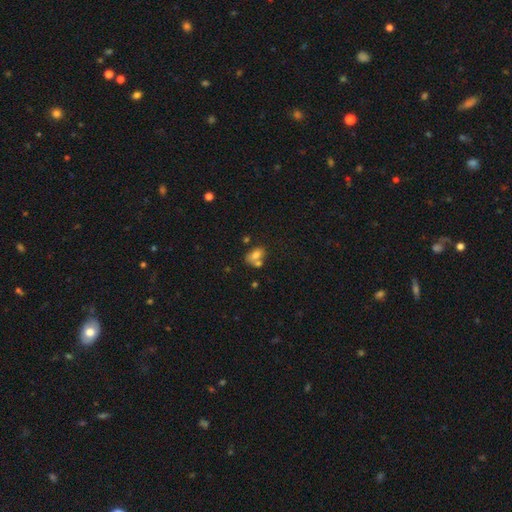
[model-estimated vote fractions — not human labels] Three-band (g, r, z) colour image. It shows a smooth galaxy with no disk features (72%) that is in between round and cigar-shaped (82%). Merging: merger (42%).